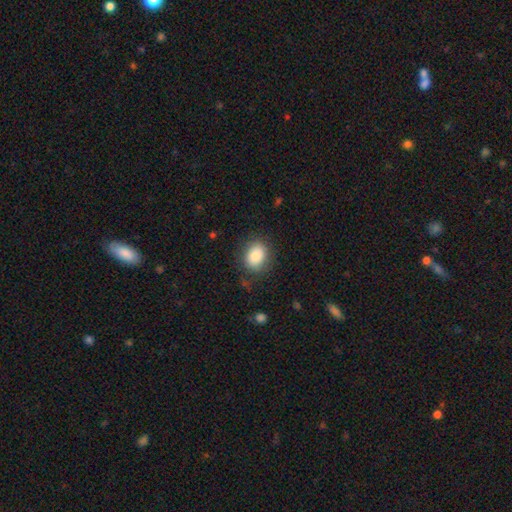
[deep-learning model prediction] Smooth or featured: smooth — 88% (star or artifact — 8%)
How rounded: in between — 60% (round — 39%)
Merging: none — 81% (minor disturbance — 13%)